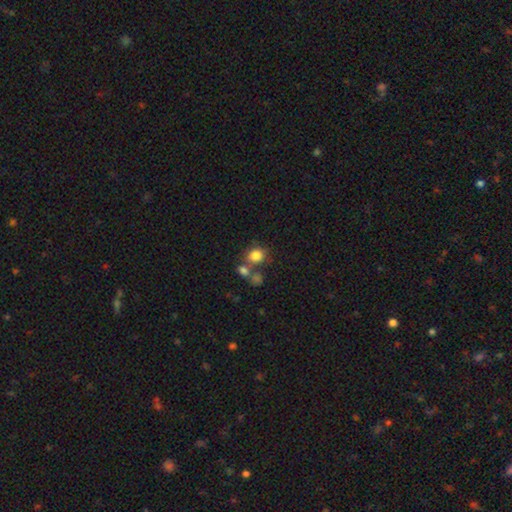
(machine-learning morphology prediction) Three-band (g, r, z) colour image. It shows a smooth galaxy with no disk features (80%) that is round (69%). Merging: none (53%).